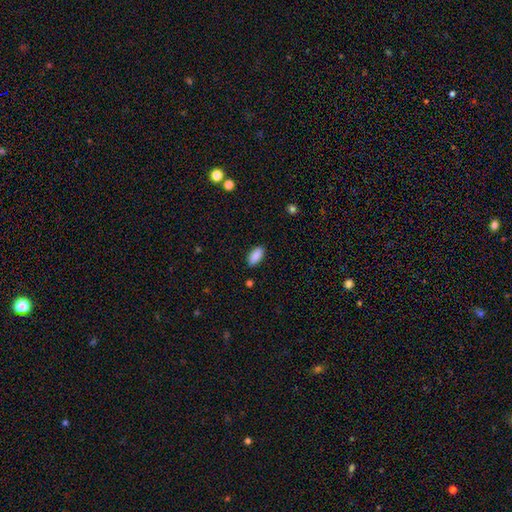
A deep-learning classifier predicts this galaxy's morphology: This is clearly a smooth galaxy (89%). How rounded: clearly in between (90%). Merging: clearly none (88%).